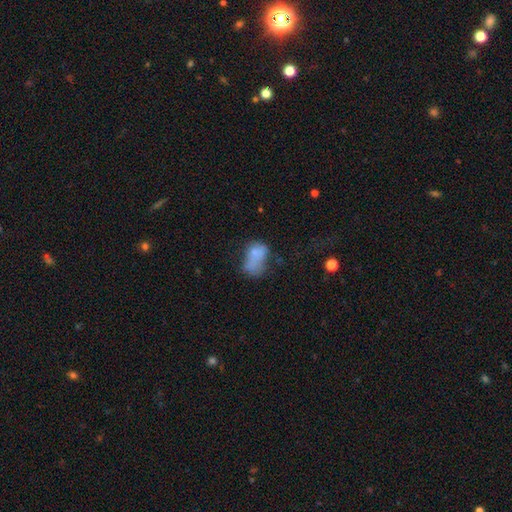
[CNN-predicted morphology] A smooth galaxy with no disk features (63%) that is in between round and cigar-shaped (83%). Merging: major disturbance (32%).